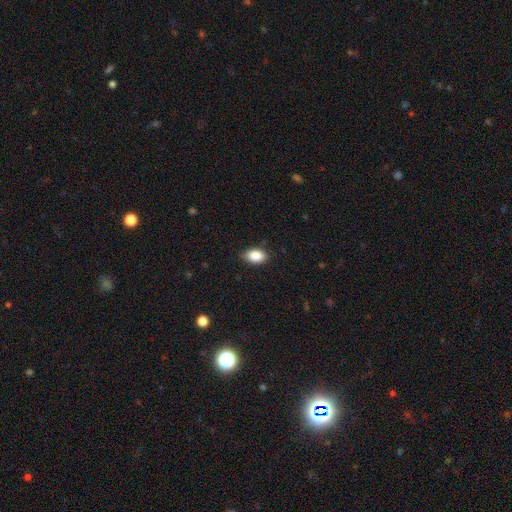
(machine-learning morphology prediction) A smooth galaxy with no disk features (87%) that is in between round and cigar-shaped (88%).

Vote fractions:
- Smooth or featured? smooth: 87% / star or artifact: 8% / featured or disk: 5%
- How rounded? in between: 88% / round: 11% / cigar-shaped: 2%
- Merging? none: 82% / minor disturbance: 14% / major disturbance: 2% / merger: 1%